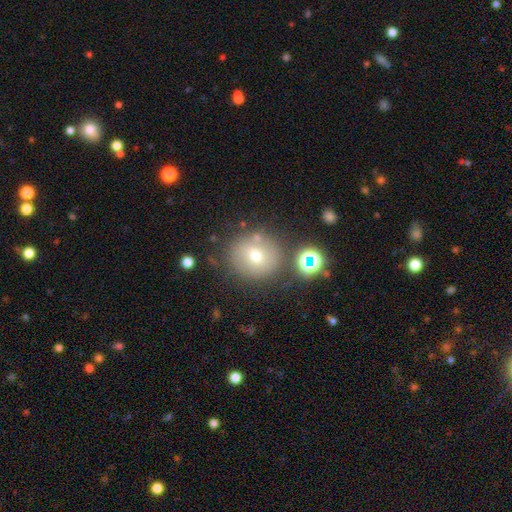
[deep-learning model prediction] Morphology: type=smooth (64%); roundness=round (86%); merging=none (76%).